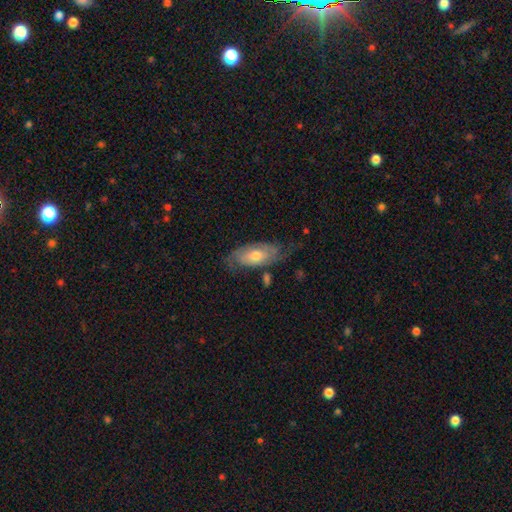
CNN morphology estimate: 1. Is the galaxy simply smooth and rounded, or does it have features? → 53% featured or disk, 41% smooth, 6% star or artifact.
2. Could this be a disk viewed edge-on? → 85% no, 15% yes.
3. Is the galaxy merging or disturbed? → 54% none, 26% minor disturbance, 15% major disturbance, 4% merger.